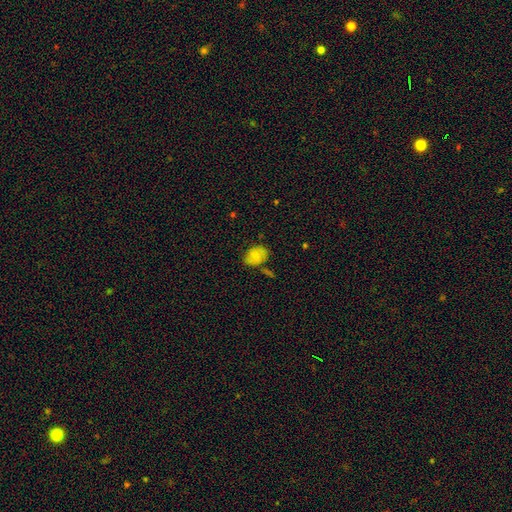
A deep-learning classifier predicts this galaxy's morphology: This is likely a smooth galaxy (74%). How rounded: likely in between (74%). Merging: likely none (65%).